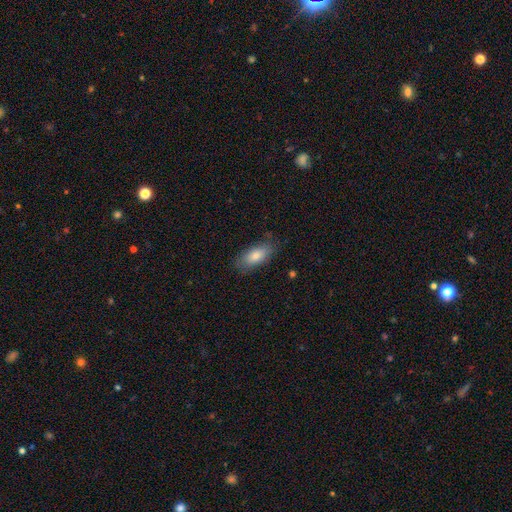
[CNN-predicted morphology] smooth 80%, featured or disk 13%, star or artifact 7%. Down the decision tree: how rounded — in between (86%); merging — none (77%).